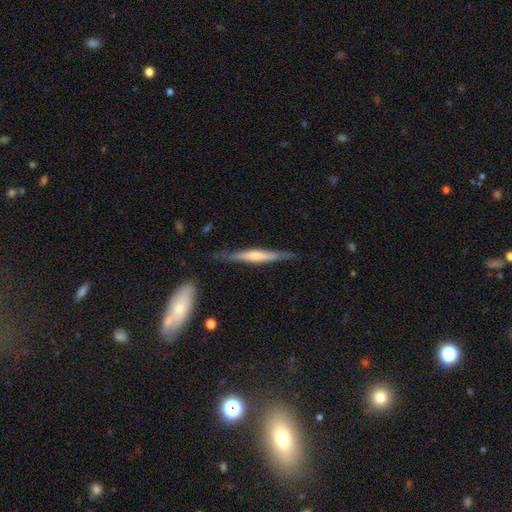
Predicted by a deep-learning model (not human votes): Morphology: type=featured or disk (65%); edge-on=yes (95%); edge-on bulge=rounded (60%); merging=none (80%).